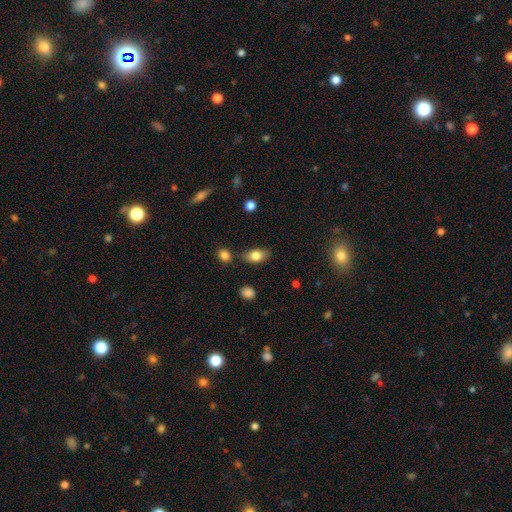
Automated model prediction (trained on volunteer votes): Overall: smooth (80%). How rounded: in between (87%). Merging: none (79%).